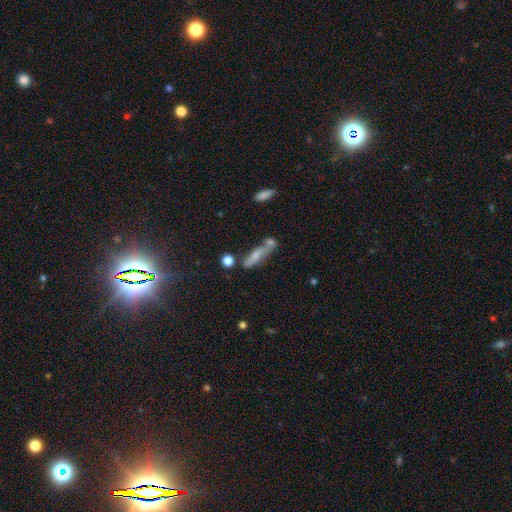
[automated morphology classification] Smooth or featured?
  - smooth: 55% *
  - featured or disk: 36%
  - star or artifact: 9%
How rounded?
  - cigar-shaped: 63% *
  - in between: 32%
  - round: 4%
Merging?
  - none: 42% *
  - merger: 29%
  - minor disturbance: 19%
  - major disturbance: 10%